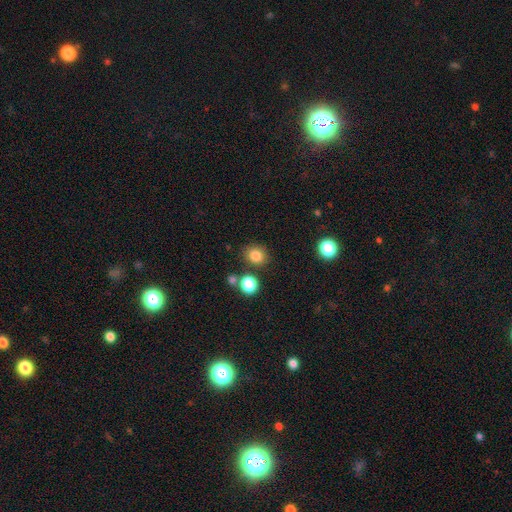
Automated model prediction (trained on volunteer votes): Smooth or featured?
  - smooth: 82% *
  - star or artifact: 12%
  - featured or disk: 5%
How rounded?
  - round: 73% *
  - in between: 26%
  - cigar-shaped: 1%
Merging?
  - none: 81% *
  - minor disturbance: 10%
  - merger: 6%
  - major disturbance: 3%